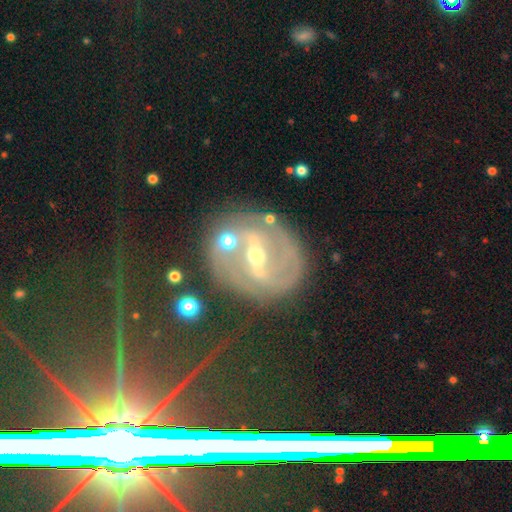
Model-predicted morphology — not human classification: A featured or disk galaxy (79%) with a strong bar (68%), 2 (69%) tight (44%) spiral arms (79%) and a small central bulge (54%). Merging: none (70%).